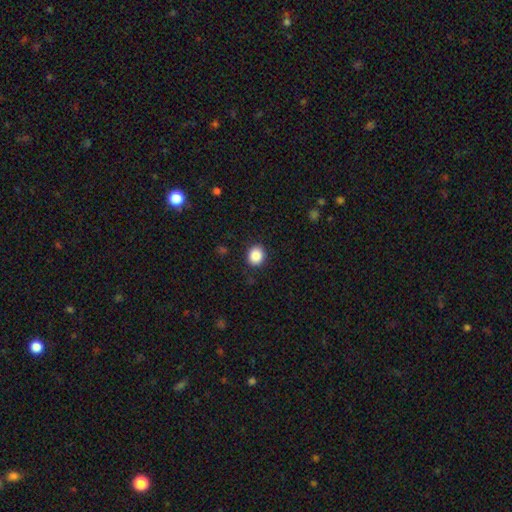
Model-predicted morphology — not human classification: Smooth or featured? smooth (88%)
How rounded? round (76%)
Merging? none (89%)